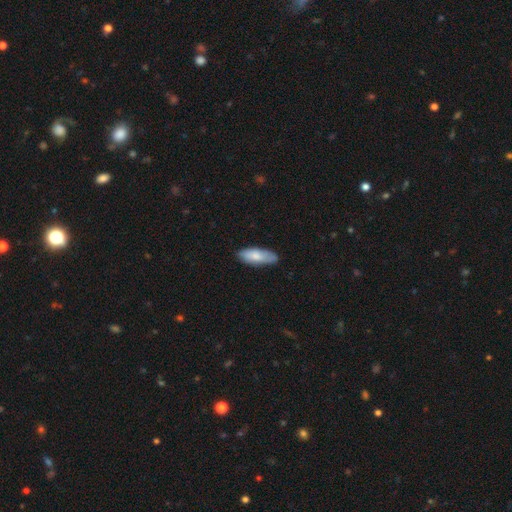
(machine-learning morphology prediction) Overall: smooth (78%). How rounded: in between (68%; cigar-shaped 30%). Merging: none (78%).